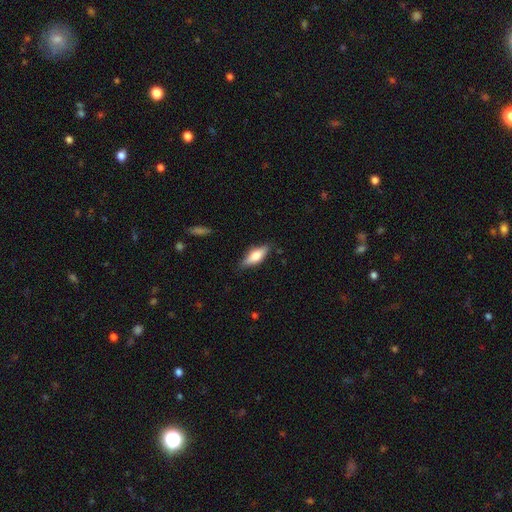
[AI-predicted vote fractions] Overall: smooth (58%; featured or disk 35%). How rounded: in between (65%; cigar-shaped 33%). Merging: none (83%).